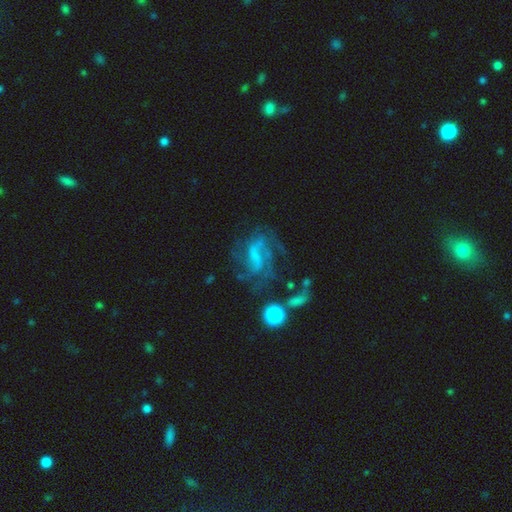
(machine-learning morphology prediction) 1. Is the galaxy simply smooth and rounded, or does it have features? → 77% featured or disk, 12% smooth, 11% star or artifact.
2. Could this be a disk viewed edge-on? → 97% no, 3% yes.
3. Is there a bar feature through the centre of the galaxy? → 45% weak, 31% no, 24% strong.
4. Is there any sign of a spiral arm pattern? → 88% yes, 12% no.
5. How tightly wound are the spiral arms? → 44% medium, 33% loose, 23% tight.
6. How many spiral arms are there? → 29% can't tell, 28% 2, 22% 3, 9% 4, 6% 1, 5% more than 4.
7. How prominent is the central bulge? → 53% none, 24% small, 17% moderate, 4% large, 1% dominant.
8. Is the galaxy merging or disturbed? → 46% none, 28% major disturbance, 18% minor disturbance, 7% merger.